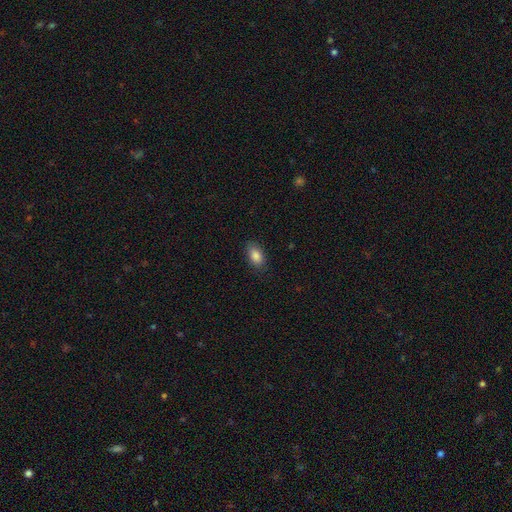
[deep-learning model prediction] smooth_or_featured: smooth (p=0.86) [alt: star or artifact p=0.08]
how_rounded: in between (p=0.90) [alt: round p=0.08]
merging: none (p=0.85) [alt: minor disturbance p=0.12]